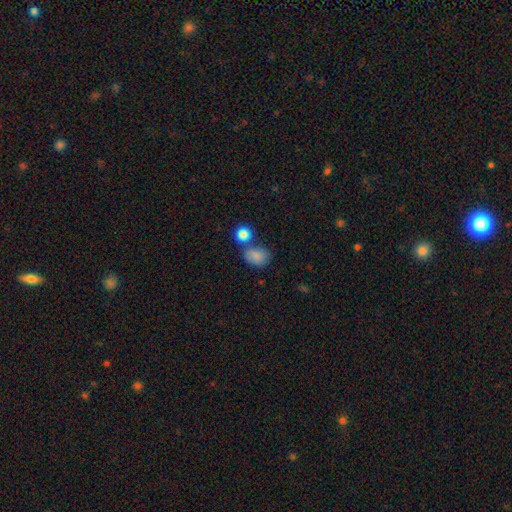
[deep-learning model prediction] This appears to be a smooth galaxy with no disk features (79%) that is in between round and cigar-shaped (51%). Merging: none (52%).